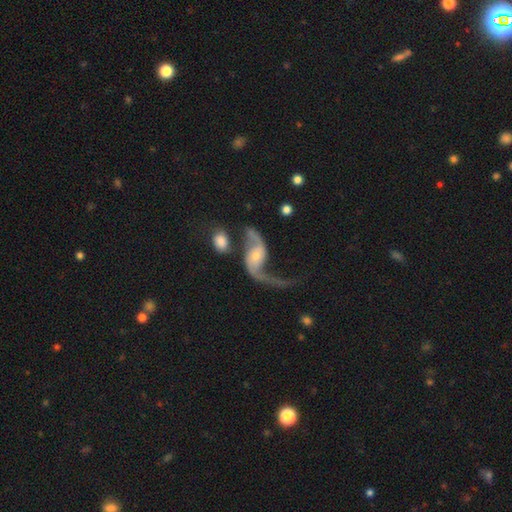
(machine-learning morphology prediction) Smooth or featured: featured or disk — 87% (smooth — 7%)
Edge-on disk: no — 96% (yes — 4%)
Bar: no — 62% (weak — 26%)
Spiral arms: yes — 94% (no — 6%)
Spiral winding: loose — 86% (medium — 11%)
Spiral arm count: 2 — 88% (1 — 7%)
Bulge size: small — 60% (moderate — 33%)
Merging: none — 43% (major disturbance — 24%)